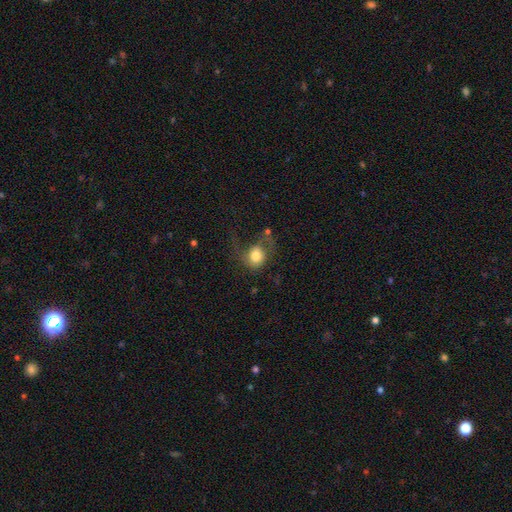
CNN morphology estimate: This is likely a smooth galaxy (69%). How rounded: likely round (66%). Merging: marginally major disturbance (42%).